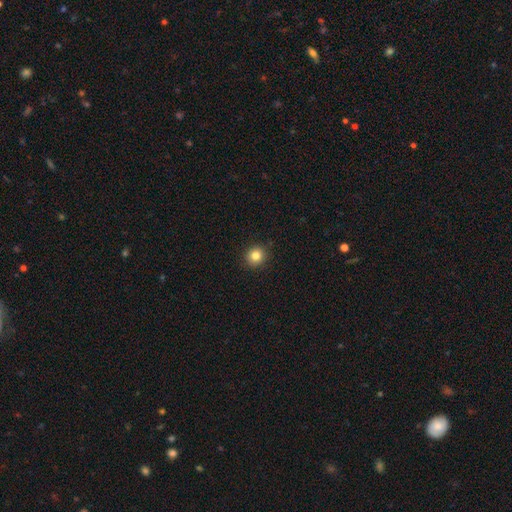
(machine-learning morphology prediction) Smooth or featured?
  - smooth: 82% *
  - star or artifact: 12%
  - featured or disk: 6%
How rounded?
  - round: 91% *
  - in between: 8%
  - cigar-shaped: 1%
Merging?
  - none: 92% *
  - minor disturbance: 6%
  - major disturbance: 2%
  - merger: 1%